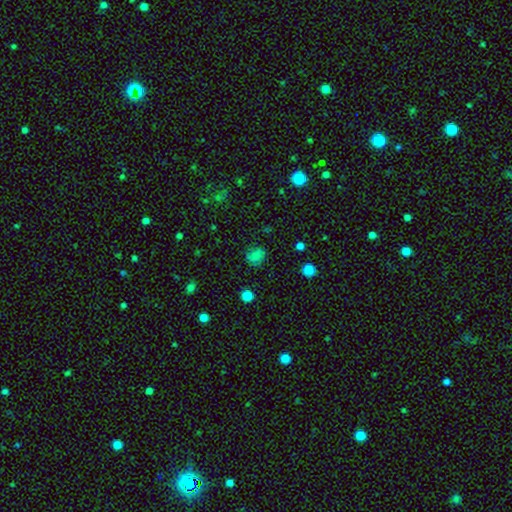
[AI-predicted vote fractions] Overall: smooth (75%). How rounded: round (70%). Merging: none (76%).